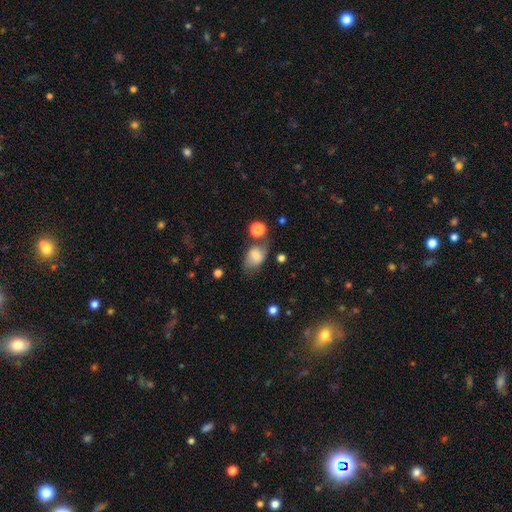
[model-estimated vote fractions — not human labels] This appears to be a smooth galaxy with no disk features (70%) that is in between round and cigar-shaped (74%). Merging: none (56%).